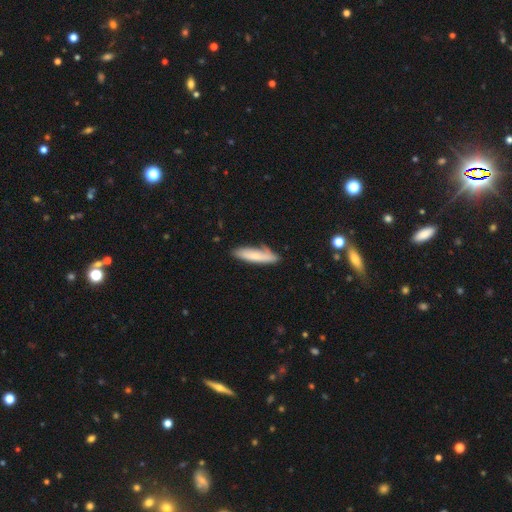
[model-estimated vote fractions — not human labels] Smooth or featured? Predicted: smooth (p=0.72). How rounded? Predicted: cigar-shaped (p=0.74). Merging? Predicted: none (p=0.73).